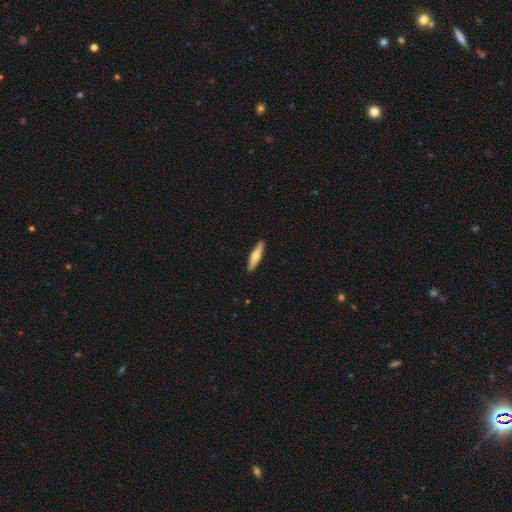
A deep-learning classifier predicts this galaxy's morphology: The model was most divided on "smooth or featured": smooth: 52%, featured or disk: 42%, star or artifact: 5%. More confident: merging — none (91%); how rounded — cigar-shaped (77%).